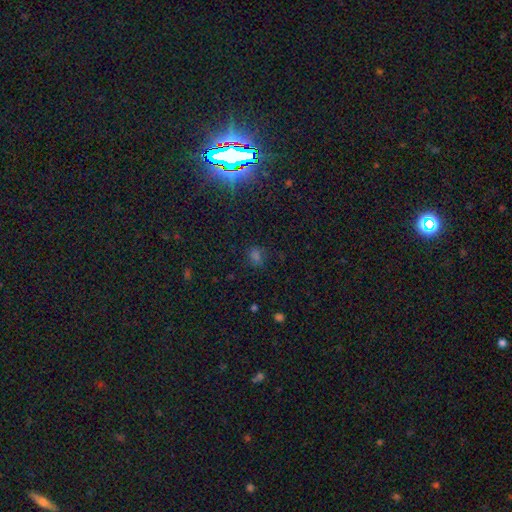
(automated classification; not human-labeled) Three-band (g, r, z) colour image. It shows a star or artifact, not a galaxy (50%).